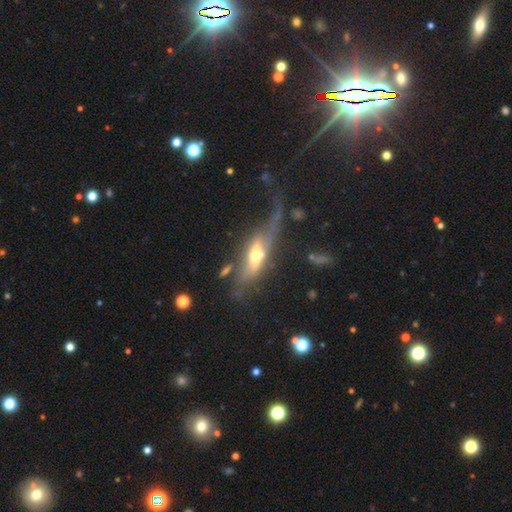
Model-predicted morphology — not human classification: A featured or disk galaxy (56%). Merging: major disturbance (40%).